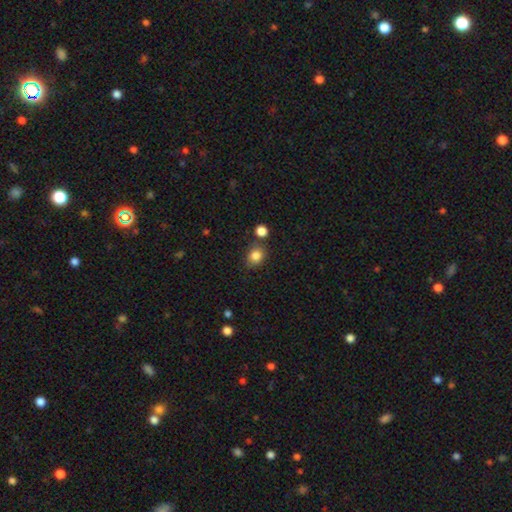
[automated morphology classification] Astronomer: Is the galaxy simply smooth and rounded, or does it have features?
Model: smooth — 84%.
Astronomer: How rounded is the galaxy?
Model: round — 56% (runner-up: in between, 43%).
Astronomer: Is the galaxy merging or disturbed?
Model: none — 74%.